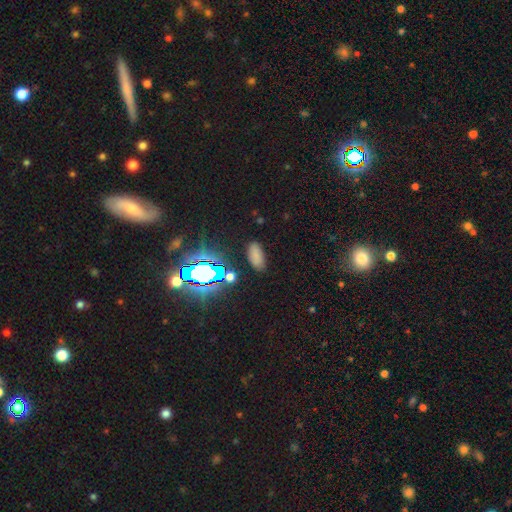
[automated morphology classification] Smooth or featured: smooth — 69% (star or artifact — 23%)
How rounded: in between — 91% (cigar-shaped — 6%)
Merging: none — 85% (minor disturbance — 10%)